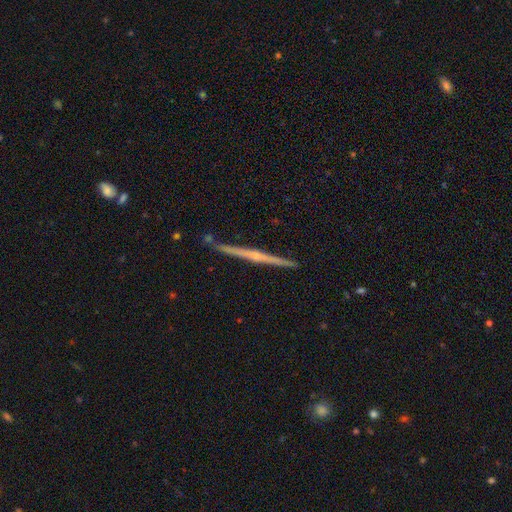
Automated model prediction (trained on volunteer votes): The model was most divided on "edge-on bulge": rounded: 61%, none: 32%, boxy: 7%. More confident: edge-on disk — yes (98%); merging — none (88%); smooth or featured — featured or disk (78%).